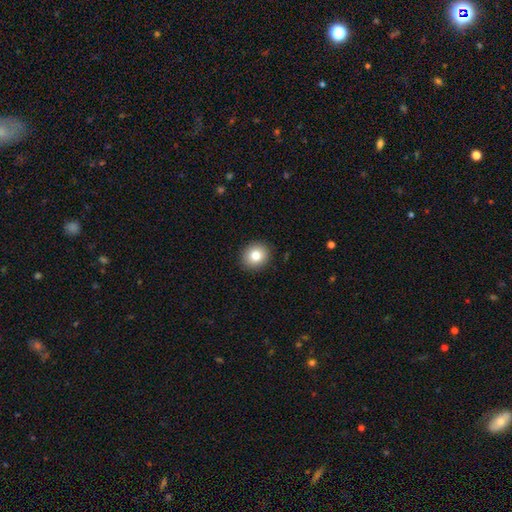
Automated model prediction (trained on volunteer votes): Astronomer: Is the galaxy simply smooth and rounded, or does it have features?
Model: smooth — 81%.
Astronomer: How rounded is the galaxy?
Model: round — 79%.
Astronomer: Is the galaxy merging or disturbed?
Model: none — 91%.